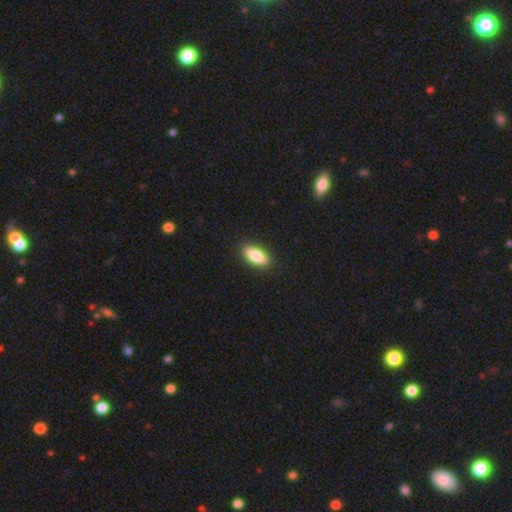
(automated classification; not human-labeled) Morphology: type=smooth (77%); roundness=in between (78%); merging=none (89%).